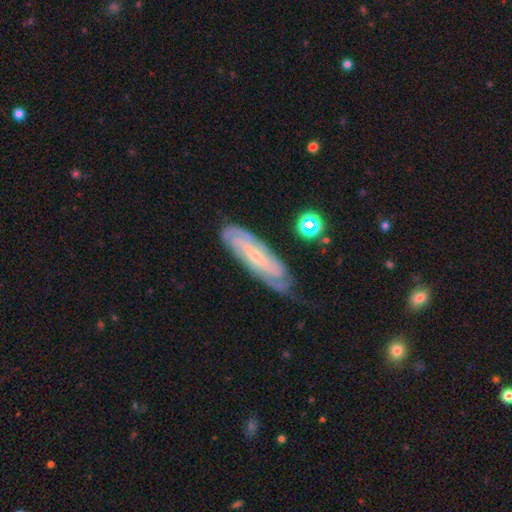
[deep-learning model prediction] Smooth or featured?
  - featured or disk: 81% *
  - smooth: 13%
  - star or artifact: 6%
Edge-on disk?
  - no: 84% *
  - yes: 16%
Bar?
  - no: 39% *
  - weak: 38%
  - strong: 23%
Spiral arms?
  - yes: 95% *
  - no: 5%
Spiral winding?
  - tight: 68% *
  - medium: 26%
  - loose: 6%
Spiral arm count?
  - 2: 35% * (tied)
  - can't tell: 35% * (tied)
  - 3: 14%
  - 4: 7%
  - more than 4: 4%
  - 1: 4%
Bulge size?
  - small: 72% *
  - moderate: 23%
  - none: 3%
  - large: 1%
  - dominant: 1%
Merging?
  - none: 70% *
  - minor disturbance: 21%
  - major disturbance: 6%
  - merger: 2%